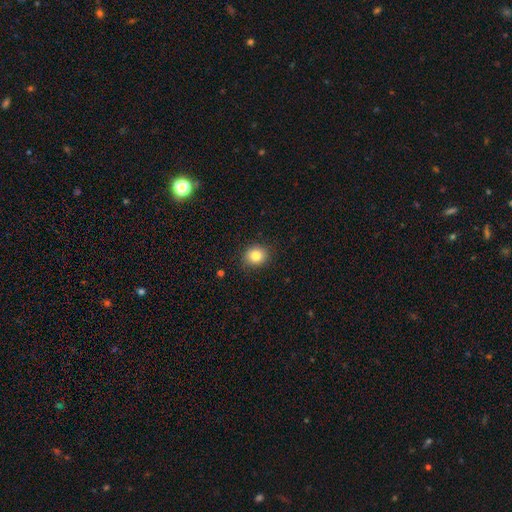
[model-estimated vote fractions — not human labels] This is clearly a smooth galaxy (83%). How rounded: likely round (76%). Merging: clearly none (88%).